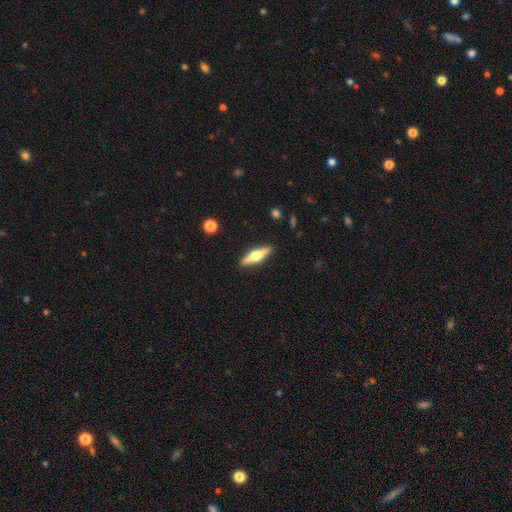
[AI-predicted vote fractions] A featured or disk galaxy (61%) viewed edge-on (96%) with a rounded central bulge (95%).

Vote fractions:
- Smooth or featured? featured or disk: 61% / smooth: 34% / star or artifact: 5%
- Edge-on disk? yes: 96% / no: 4%
- Edge-on bulge? rounded: 95% / boxy: 3% / none: 2%
- Merging? none: 90% / minor disturbance: 7% / major disturbance: 2% / merger: 1%